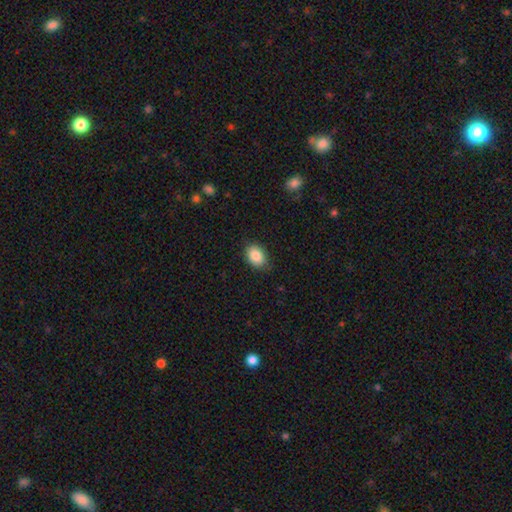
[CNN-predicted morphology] Smooth or featured? smooth (87%)
How rounded? in between (78%)
Merging? none (85%)